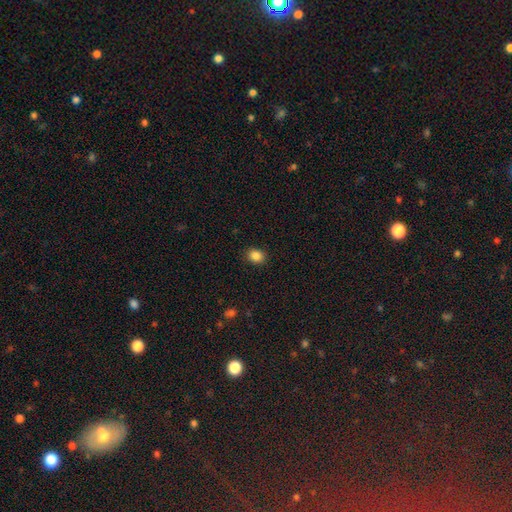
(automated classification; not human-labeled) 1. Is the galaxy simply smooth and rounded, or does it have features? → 86% smooth, 10% star or artifact, 4% featured or disk.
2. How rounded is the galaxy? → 54% round, 45% in between, 1% cigar-shaped.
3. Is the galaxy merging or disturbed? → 90% none, 7% minor disturbance, 2% major disturbance, 1% merger.